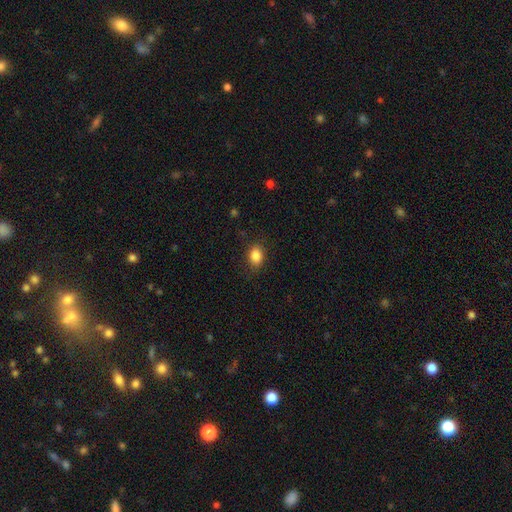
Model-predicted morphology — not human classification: smooth_or_featured: smooth (p=0.86) [alt: star or artifact p=0.09]
how_rounded: in between (p=0.73) [alt: round p=0.26]
merging: none (p=0.84) [alt: minor disturbance p=0.12]